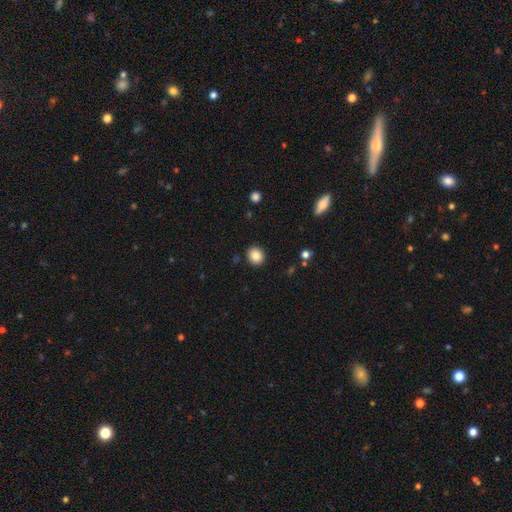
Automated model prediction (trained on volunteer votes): This appears to be a smooth galaxy with no disk features (86%) that is round (79%). Merging: none (91%).